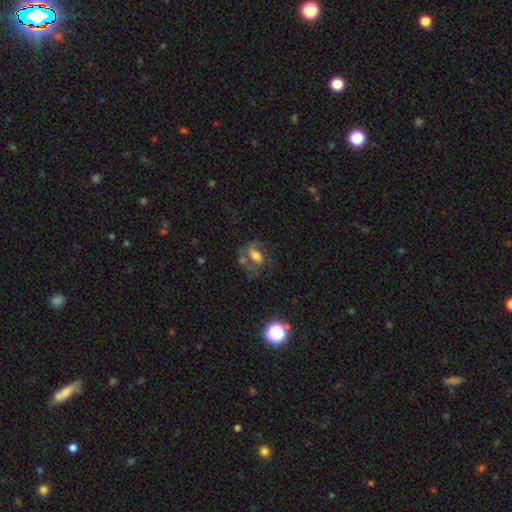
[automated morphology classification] This appears to be a featured or disk galaxy (57%) with no bar (45%), spiral arms (78%) and a moderate central bulge (48%). Merging: none (45%).